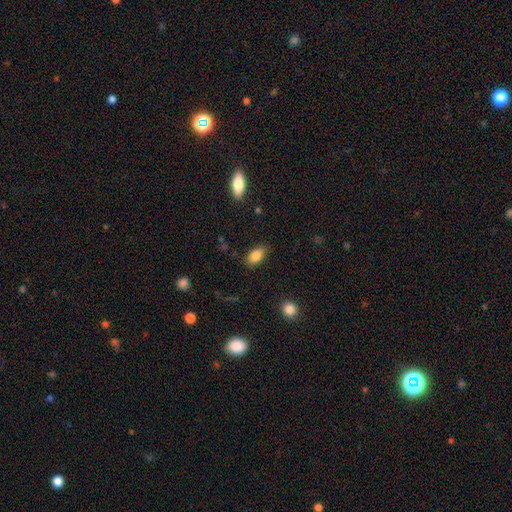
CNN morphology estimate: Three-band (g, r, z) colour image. It shows a smooth galaxy with no disk features (85%) that is in between round and cigar-shaped (90%). Merging: none (82%).